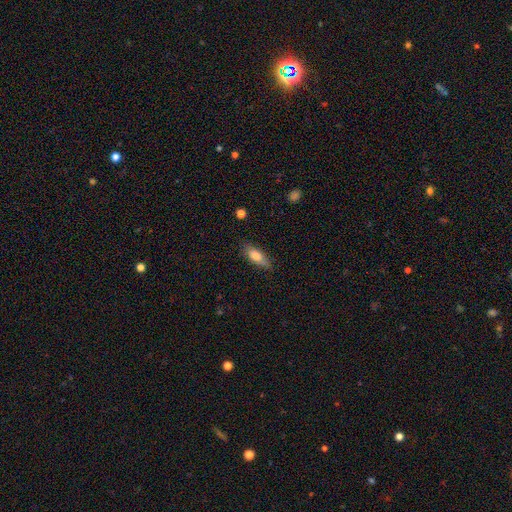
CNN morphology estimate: type=smooth (75%); roundness=in between (62%); merging=none (82%).